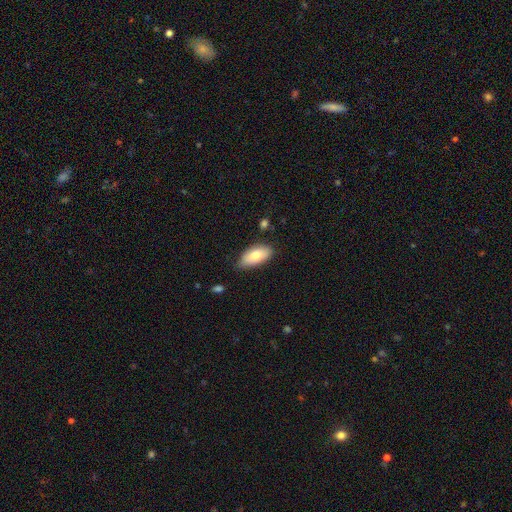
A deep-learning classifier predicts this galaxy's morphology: Q: Smooth or featured?
A: smooth (78%); runner-up: featured or disk (15%)
Q: How rounded?
A: in between (92%); runner-up: cigar-shaped (5%)
Q: Merging?
A: none (75%); runner-up: minor disturbance (20%)